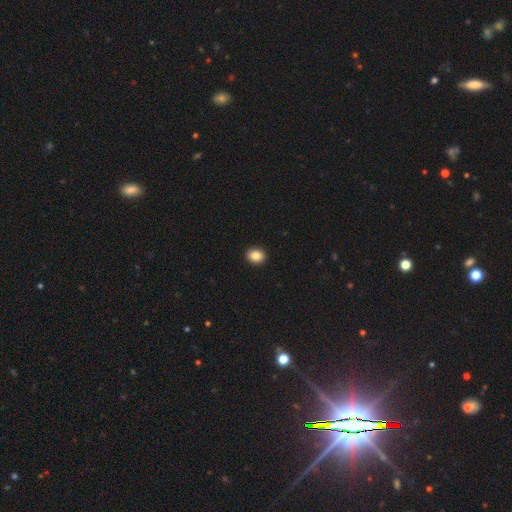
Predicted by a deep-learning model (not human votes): Overall: smooth (86%). How rounded: round (57%; in between 42%). Merging: none (93%).